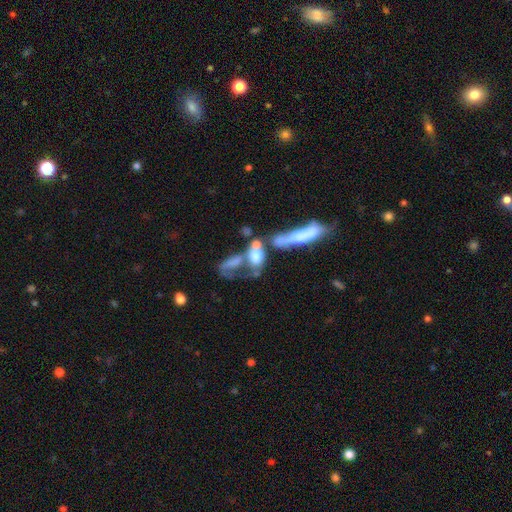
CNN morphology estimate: The model was most divided on "smooth or featured": smooth: 52%, featured or disk: 36%, star or artifact: 12%. More confident: how rounded — in between (63%); merging — merger (59%).